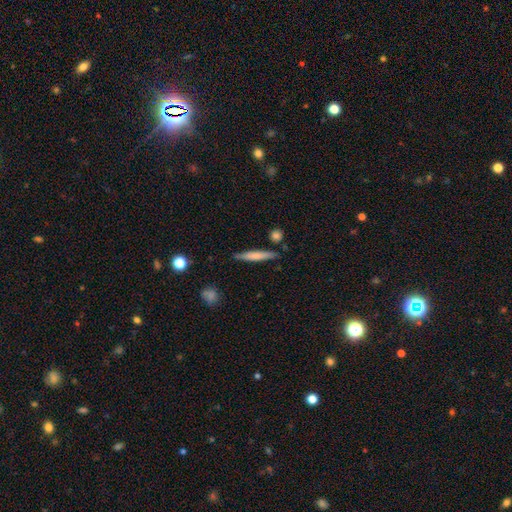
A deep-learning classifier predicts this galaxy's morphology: The model was most divided on "smooth or featured": smooth: 66%, featured or disk: 28%, star or artifact: 6%. More confident: how rounded — cigar-shaped (93%); merging — none (83%).